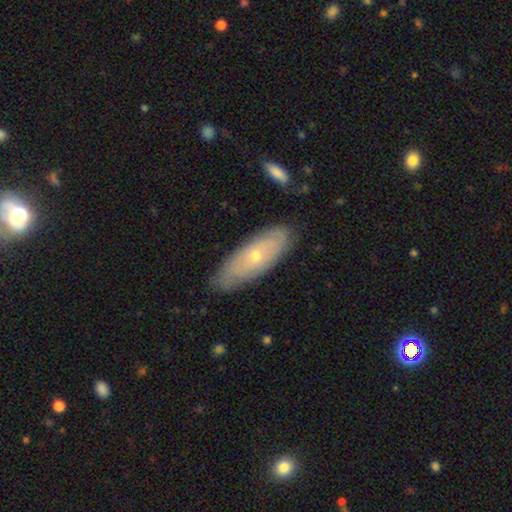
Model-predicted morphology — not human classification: smooth_or_featured: featured or disk (p=0.48) [alt: smooth p=0.46]
merging: none (p=0.77) [alt: minor disturbance p=0.18]